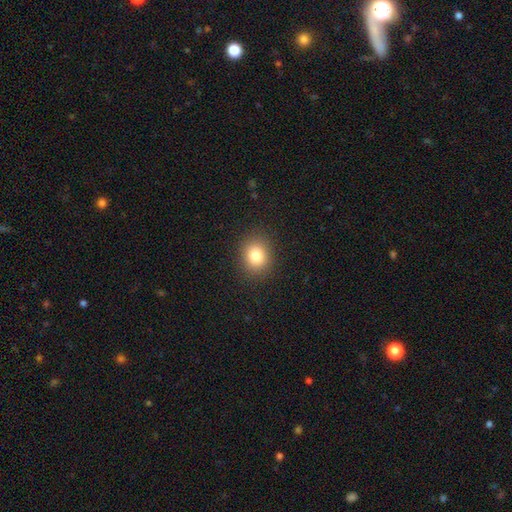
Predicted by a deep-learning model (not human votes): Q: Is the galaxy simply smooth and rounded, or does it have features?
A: smooth — 82%.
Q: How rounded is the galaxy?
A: round — 68%.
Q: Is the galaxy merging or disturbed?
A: none — 89%.